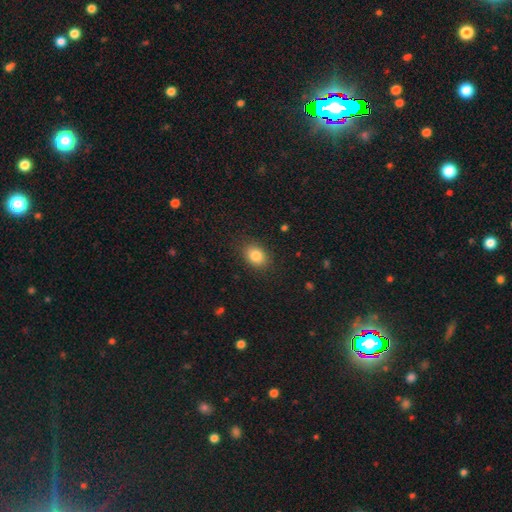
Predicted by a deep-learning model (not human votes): A smooth galaxy with no disk features (84%) that is in between round and cigar-shaped (65%). Merging: none (85%).